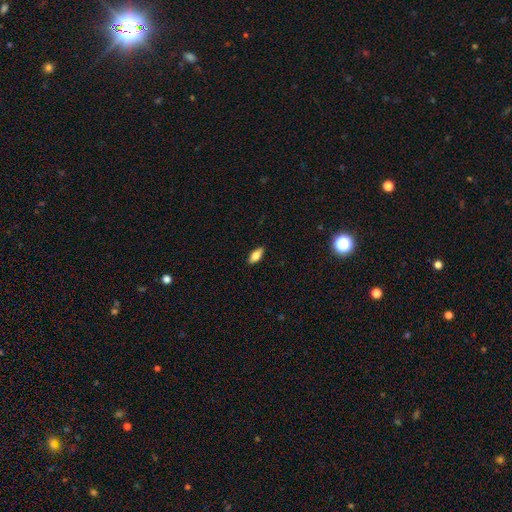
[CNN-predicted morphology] Smooth or featured: smooth — 74% (featured or disk — 18%)
How rounded: in between — 81% (cigar-shaped — 16%)
Merging: none — 87% (minor disturbance — 10%)